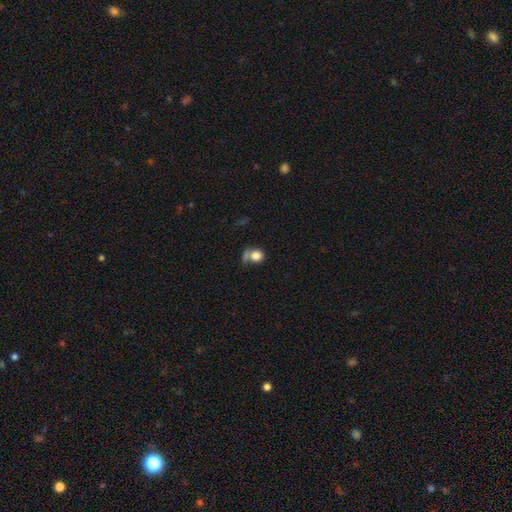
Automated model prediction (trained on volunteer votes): smooth 79%, star or artifact 11%, featured or disk 10%. Down the decision tree: how rounded — round (76%); merging — none (44%).